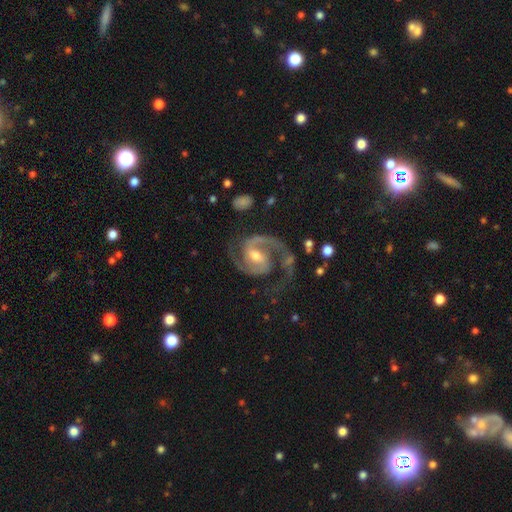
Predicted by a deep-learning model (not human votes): This is clearly a featured or disk galaxy (93%). It is clearly not viewed edge-on (98%). Bar: possibly weak (48%). Spiral arm pattern: clearly yes (98%). Spiral arm count: clearly 2 (91%). Spiral winding: likely medium (61%). Central bulge: possibly moderate (59%). Merging: likely none (70%).